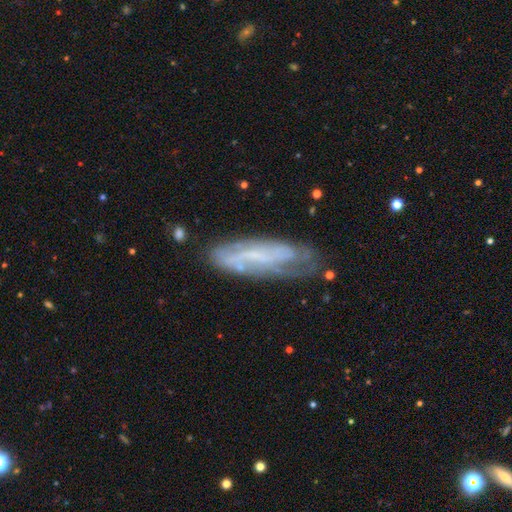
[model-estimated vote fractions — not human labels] A featured or disk galaxy (66%) with no bar (44%), spiral arms (75%) and no central bulge (48%).

Vote fractions:
- Smooth or featured? featured or disk: 66% / smooth: 26% / star or artifact: 8%
- Edge-on disk? no: 76% / yes: 24%
- Bar? no: 44% / weak: 33% / strong: 24%
- Spiral arms? yes: 75% / no: 25%
- Bulge size? none: 48% / small: 39% / moderate: 11% / large: 2% / dominant: 1%
- Merging? none: 61% / minor disturbance: 25% / major disturbance: 11% / merger: 3%